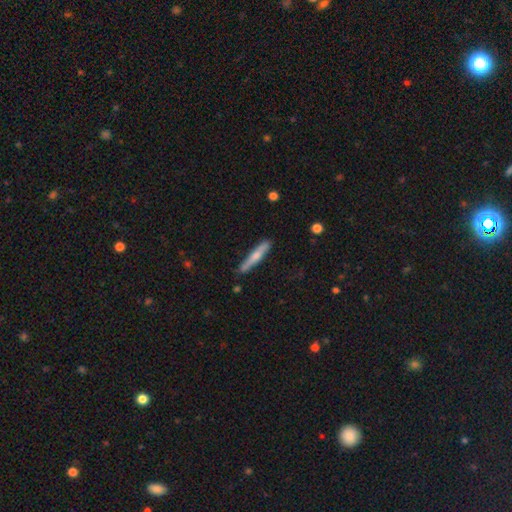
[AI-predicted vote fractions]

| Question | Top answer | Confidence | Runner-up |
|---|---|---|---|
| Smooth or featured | smooth | 57% | featured or disk (37%) |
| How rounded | cigar-shaped | 93% | in between (5%) |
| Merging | none | 83% | minor disturbance (12%) |